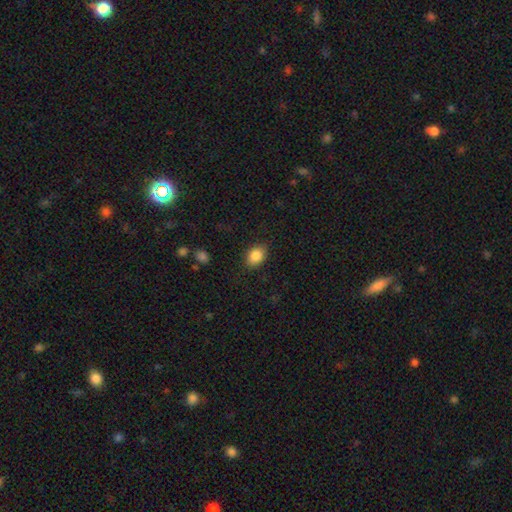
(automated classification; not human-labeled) Smooth or featured: smooth — 86% (star or artifact — 8%)
How rounded: in between — 75% (round — 24%)
Merging: none — 84% (minor disturbance — 12%)